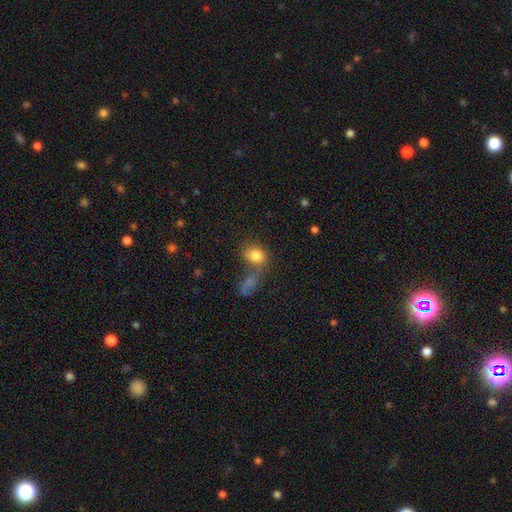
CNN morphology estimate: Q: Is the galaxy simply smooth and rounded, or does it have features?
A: smooth — 80%.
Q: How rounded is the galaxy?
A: in between — 53%.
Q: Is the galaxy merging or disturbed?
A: none — 41%.